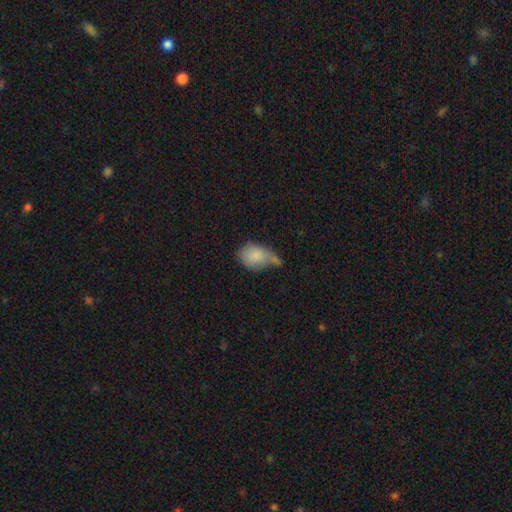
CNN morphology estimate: Smooth or featured? smooth (80%)
How rounded? in between (75%)
Merging? minor disturbance (34%)